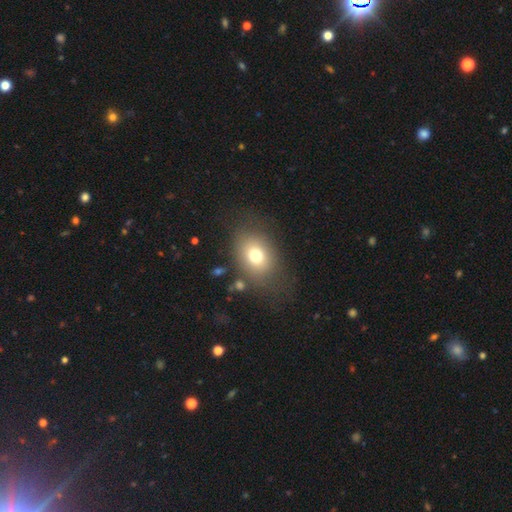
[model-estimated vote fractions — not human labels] smooth-or-featured: smooth: 73% | featured or disk: 15% | star or artifact: 11%
  how-rounded: in between: 66% | round: 33% | cigar-shaped: 1%
  merging: none: 70% | minor disturbance: 16% | major disturbance: 10% | merger: 4%